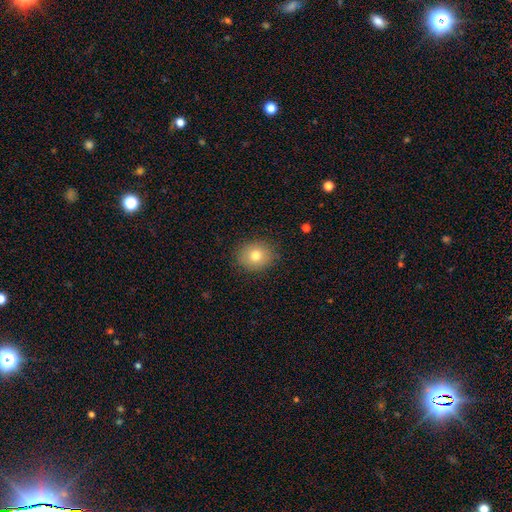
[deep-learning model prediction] A smooth galaxy with no disk features (77%) that is round (65%).

Vote fractions:
- Smooth or featured? smooth: 77% / featured or disk: 12% / star or artifact: 11%
- How rounded? round: 65% / in between: 34% / cigar-shaped: 1%
- Merging? none: 87% / minor disturbance: 10% / major disturbance: 3% / merger: 1%